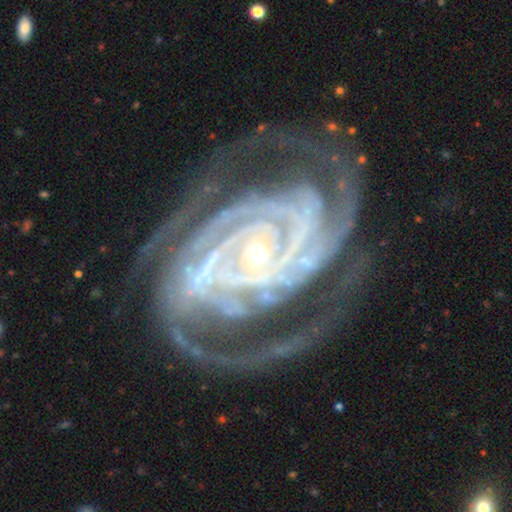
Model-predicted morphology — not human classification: smooth_or_featured: featured or disk (p=0.93) [alt: star or artifact p=0.05]
disk_edge_on: no (p=0.97) [alt: yes p=0.03]
bar: no (p=0.52) [alt: strong p=0.25]
has_spiral_arms: yes (p=0.98) [alt: no p=0.02]
spiral_winding: tight (p=0.78) [alt: medium p=0.20]
spiral_arm_count: 3 (p=0.24) [alt: 4 p=0.23]
bulge_size: small (p=0.74) [alt: moderate p=0.22]
merging: none (p=0.70) [alt: minor disturbance p=0.17]